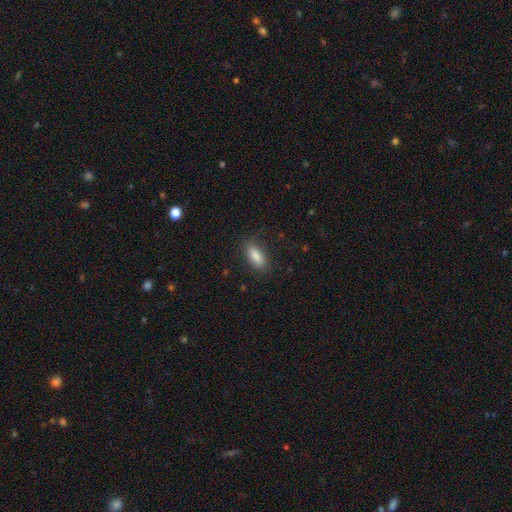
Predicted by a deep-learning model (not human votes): Overall: smooth (85%). How rounded: in between (75%). Merging: none (86%).